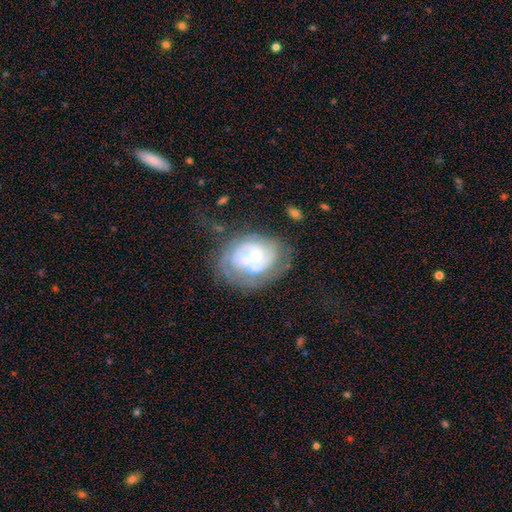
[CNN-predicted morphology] Smooth or featured? featured or disk (70%)
Edge-on disk? no (97%)
Bar? no (78%)
Spiral arms? yes (58%)
Bulge size? small (50%)
Merging? none (36%)